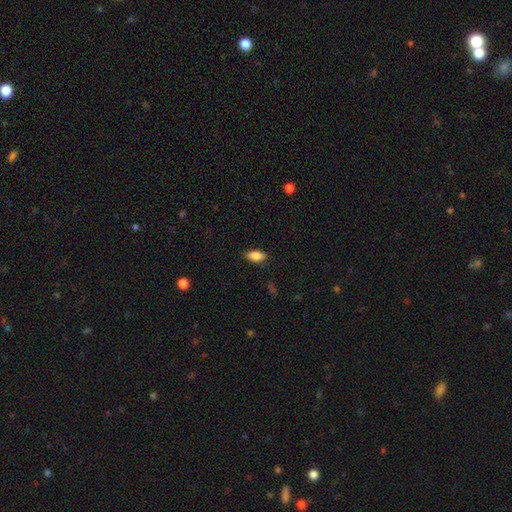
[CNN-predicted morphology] type=smooth (82%); roundness=in between (86%); merging=none (81%).